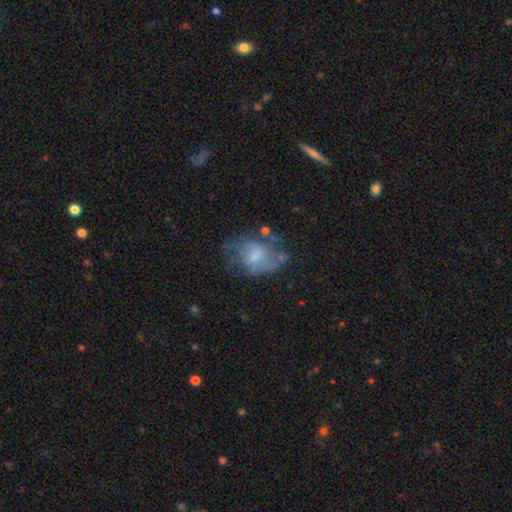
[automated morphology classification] A featured or disk galaxy (51%). Merging: none (38%).